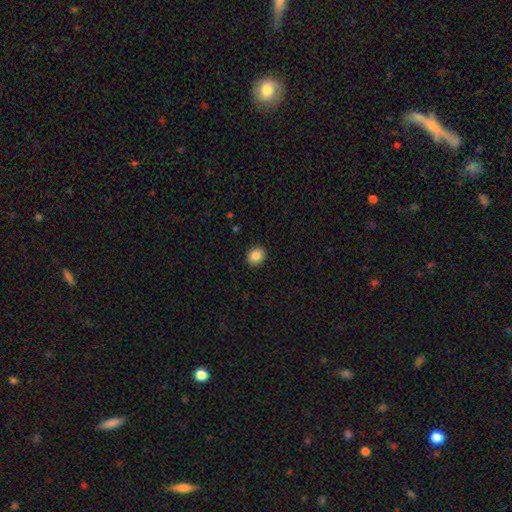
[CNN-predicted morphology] Smooth or featured: smooth — 87% (star or artifact — 9%)
How rounded: round — 71% (in between — 28%)
Merging: none — 91% (minor disturbance — 6%)